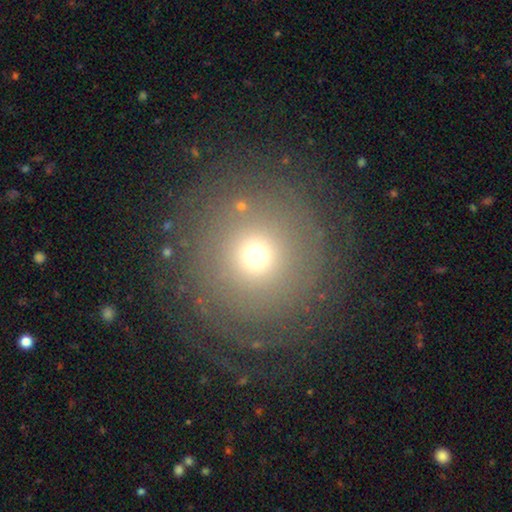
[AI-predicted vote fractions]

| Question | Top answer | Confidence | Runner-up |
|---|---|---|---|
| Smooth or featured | smooth | 53% | featured or disk (29%) |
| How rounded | round | 94% | in between (5%) |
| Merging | none | 78% | minor disturbance (11%) |